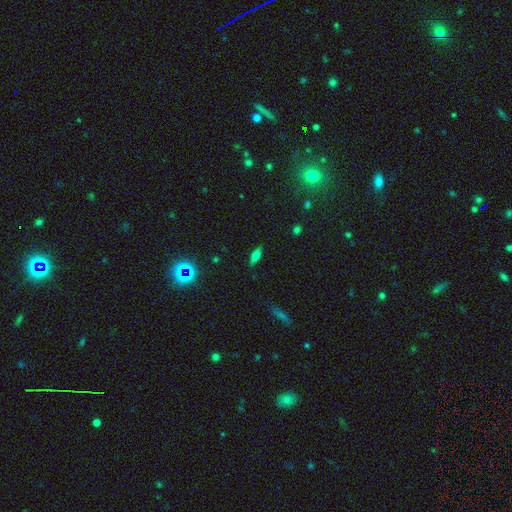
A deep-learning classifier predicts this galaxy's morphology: Q: Smooth or featured?
A: smooth (53%); runner-up: featured or disk (33%)
Q: How rounded?
A: in between (61%); runner-up: cigar-shaped (33%)
Q: Merging?
A: none (86%); runner-up: minor disturbance (10%)